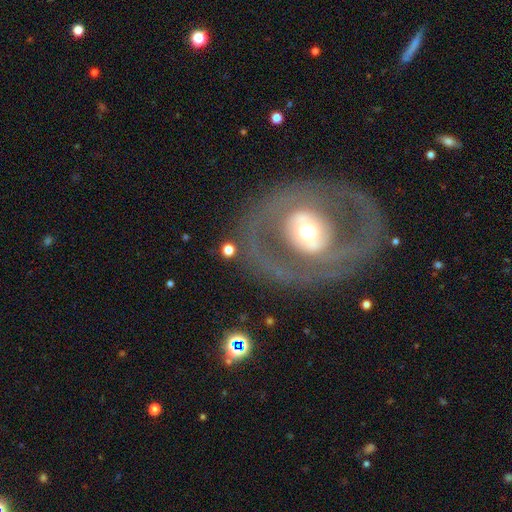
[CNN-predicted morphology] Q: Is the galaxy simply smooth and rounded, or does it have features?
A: featured or disk — 74%.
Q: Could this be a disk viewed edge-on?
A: no — 94%.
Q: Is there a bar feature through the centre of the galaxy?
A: no — 53%.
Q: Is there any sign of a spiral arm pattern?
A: no — 52%.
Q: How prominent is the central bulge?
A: moderate — 57%.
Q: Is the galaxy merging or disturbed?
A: none — 75%.